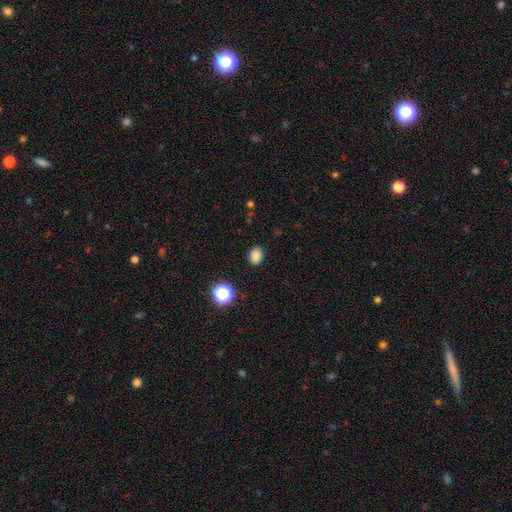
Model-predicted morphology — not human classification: type=smooth (84%); roundness=in between (64%); merging=none (88%).